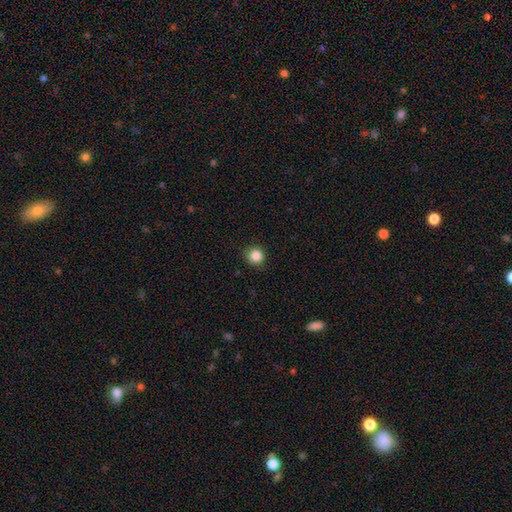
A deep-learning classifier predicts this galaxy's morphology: smooth_or_featured: smooth (p=0.86) [alt: star or artifact p=0.10]
how_rounded: round (p=0.93) [alt: in between p=0.06]
merging: none (p=0.90) [alt: minor disturbance p=0.07]